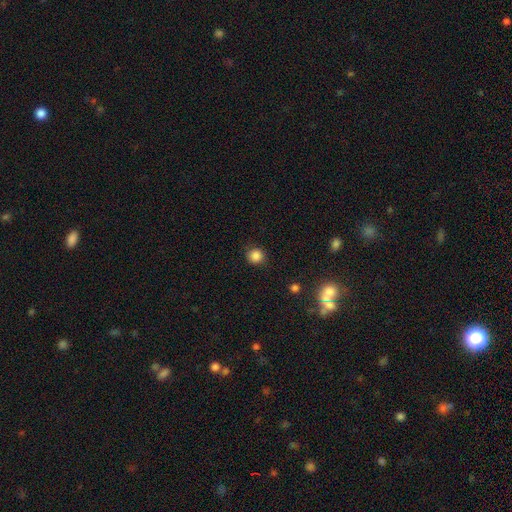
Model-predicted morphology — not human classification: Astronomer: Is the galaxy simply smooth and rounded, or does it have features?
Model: smooth — 85%.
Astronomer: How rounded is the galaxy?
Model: round — 92%.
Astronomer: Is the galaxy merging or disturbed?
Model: none — 86%.